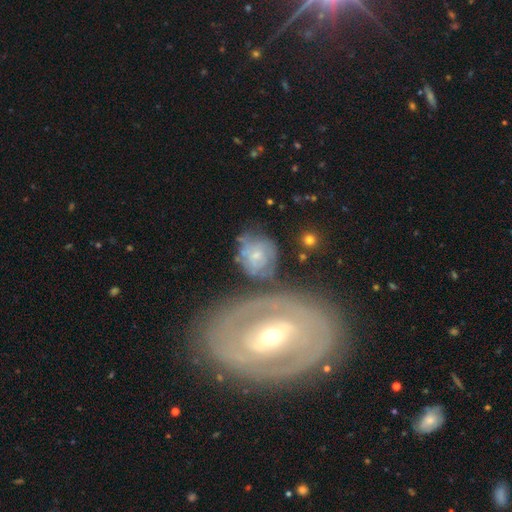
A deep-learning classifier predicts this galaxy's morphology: This is possibly a featured or disk galaxy (54%). It is clearly not viewed edge-on (95%). Bar: likely no (67%). Spiral arm pattern: likely yes (66%). Central bulge: possibly small (51%). Merging: possibly none (47%).